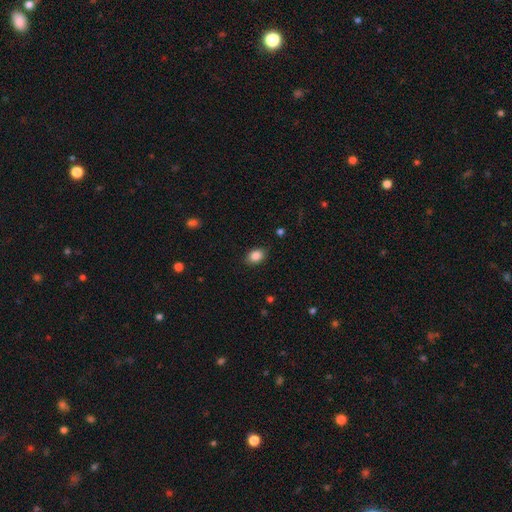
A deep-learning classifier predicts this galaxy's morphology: smooth-or-featured: smooth: 86% | star or artifact: 9% | featured or disk: 5%
  how-rounded: in between: 70% | round: 29% | cigar-shaped: 1%
  merging: none: 87% | minor disturbance: 10% | major disturbance: 3% | merger: 1%